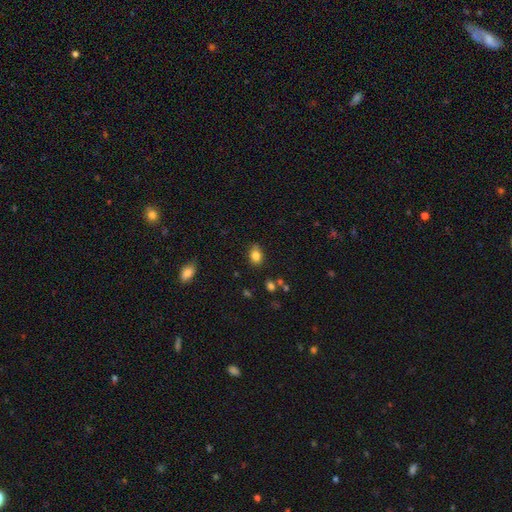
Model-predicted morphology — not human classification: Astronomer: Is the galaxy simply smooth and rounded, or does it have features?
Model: smooth — 83%.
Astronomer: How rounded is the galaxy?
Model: in between — 66%.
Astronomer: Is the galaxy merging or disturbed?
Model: none — 72%.